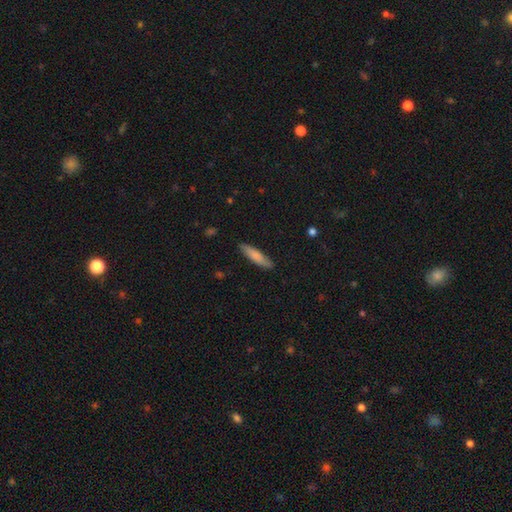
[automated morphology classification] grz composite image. It shows a smooth galaxy with no disk features (80%) that is cigar-shaped (79%). Merging: none (87%).